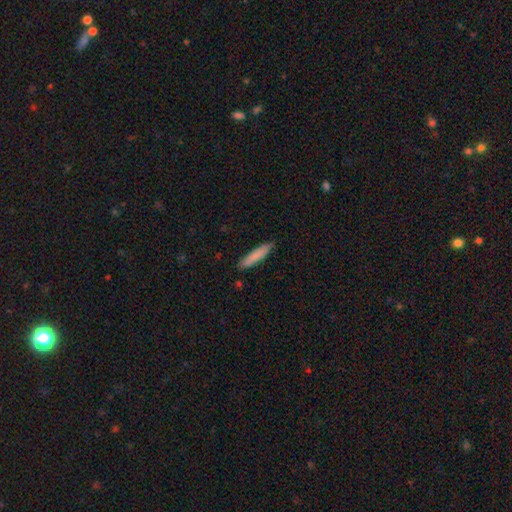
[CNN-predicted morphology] This appears to be a smooth galaxy with no disk features (82%) that is cigar-shaped (86%). Merging: none (87%).